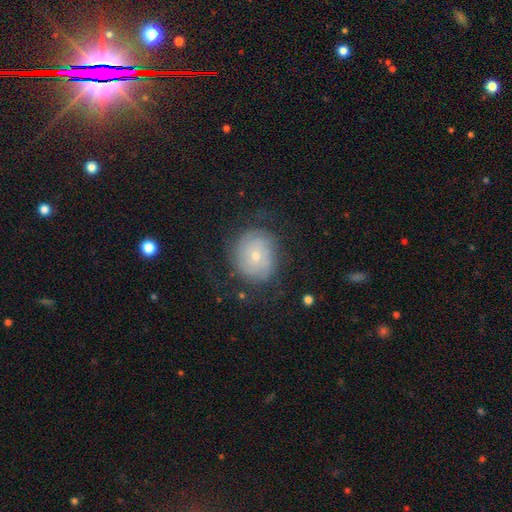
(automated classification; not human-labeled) Morphology: type=featured or disk (58%); edge-on=no (97%); bar=no (82%); spiral arms=yes (80%); bulge=small (66%); merging=none (71%).